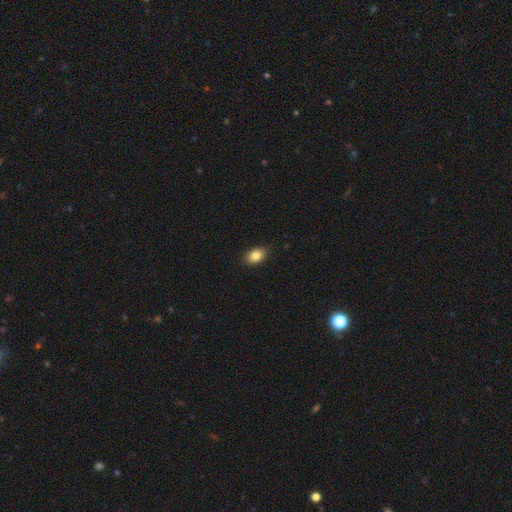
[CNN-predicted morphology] smooth 84%, star or artifact 8%, featured or disk 8%. Down the decision tree: how rounded — in between (84%); merging — none (88%).